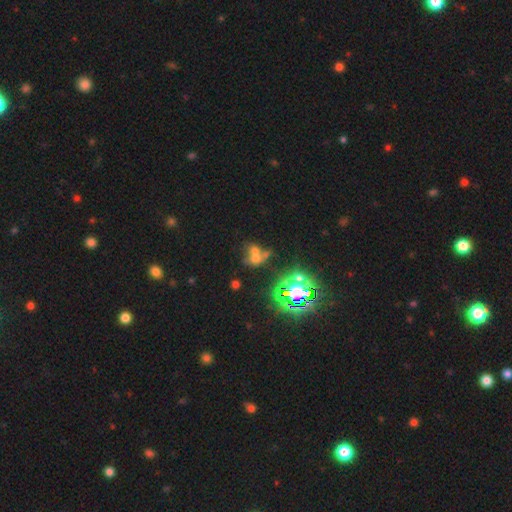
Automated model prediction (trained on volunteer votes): Morphology: type=smooth (38%); merging=merger (57%).